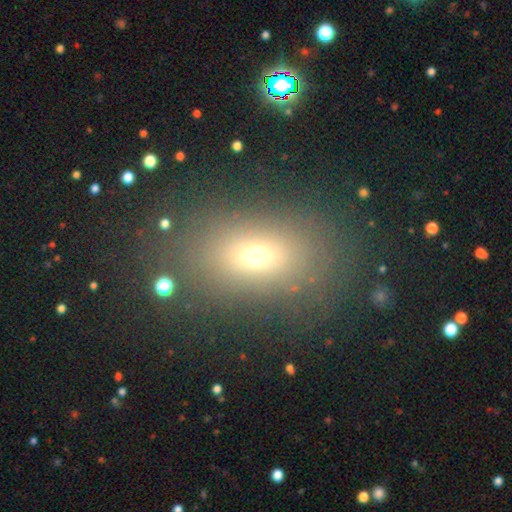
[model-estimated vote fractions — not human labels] smooth-or-featured: smooth: 62% | star or artifact: 24% | featured or disk: 14%
  how-rounded: in between: 71% | round: 26% | cigar-shaped: 3%
  merging: none: 82% | minor disturbance: 10% | major disturbance: 6% | merger: 3%